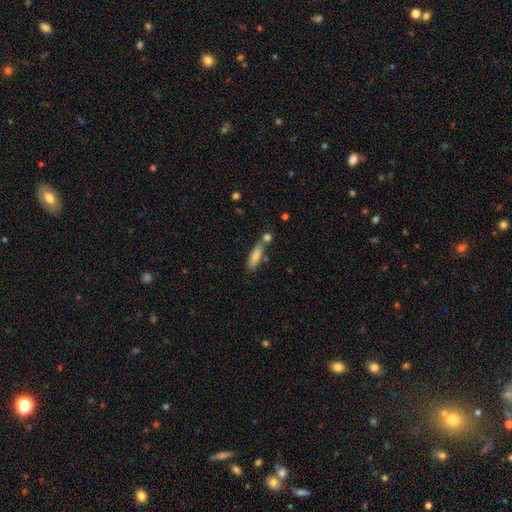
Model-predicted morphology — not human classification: Q: Smooth or featured?
A: smooth (81%); runner-up: featured or disk (12%)
Q: How rounded?
A: cigar-shaped (61%); runner-up: in between (37%)
Q: Merging?
A: none (58%); runner-up: merger (22%)